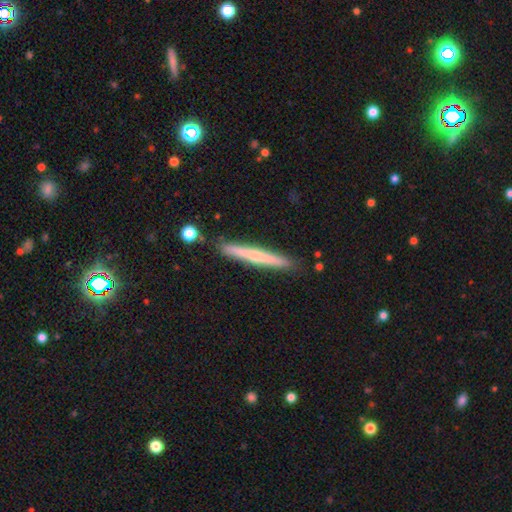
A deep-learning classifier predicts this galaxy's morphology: Overall: featured or disk (52%; smooth 42%). Edge-on disk: yes (96%). Edge-on bulge: rounded (58%; none 38%). Merging: none (88%).